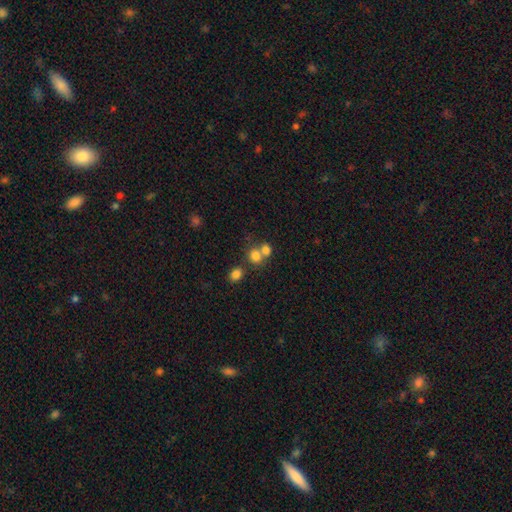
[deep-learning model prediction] Overall: smooth (76%). How rounded: round (70%). Merging: merger (48%; none 41%).